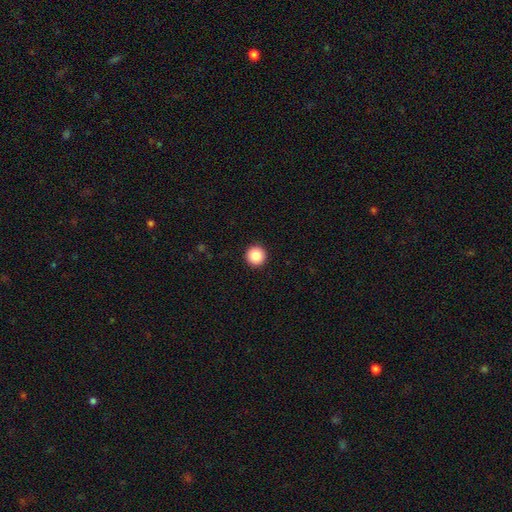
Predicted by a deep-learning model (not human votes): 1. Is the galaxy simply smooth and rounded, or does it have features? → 87% smooth, 9% star or artifact, 4% featured or disk.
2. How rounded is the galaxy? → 97% round, 2% in between, 1% cigar-shaped.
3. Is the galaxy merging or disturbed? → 94% none, 4% minor disturbance, 1% major disturbance, 1% merger.